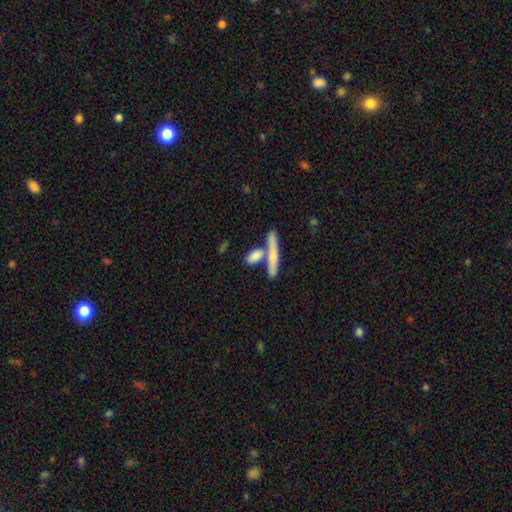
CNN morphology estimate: smooth_or_featured: smooth (p=0.74) [alt: featured or disk p=0.20]
how_rounded: cigar-shaped (p=0.54) [alt: in between p=0.41]
merging: none (p=0.54) [alt: merger p=0.31]